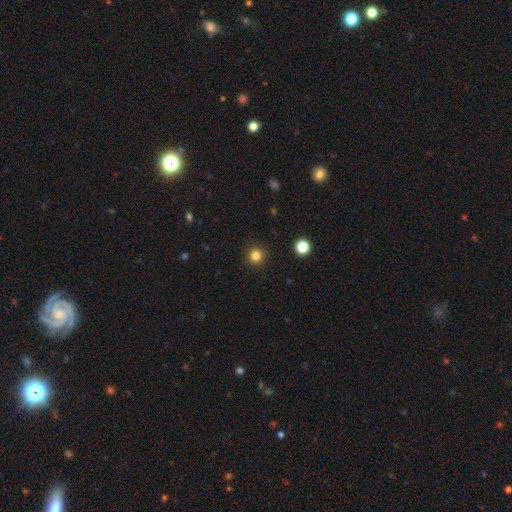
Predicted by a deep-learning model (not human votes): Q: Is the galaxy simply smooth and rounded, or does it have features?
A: smooth — 82%.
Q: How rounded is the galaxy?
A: round — 95%.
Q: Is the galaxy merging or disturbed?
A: none — 92%.